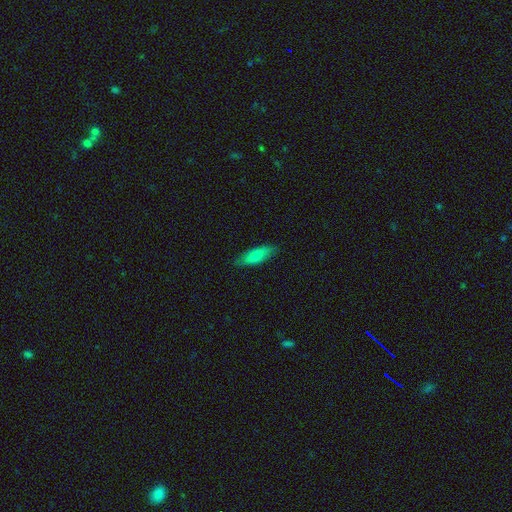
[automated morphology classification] This appears to be a smooth galaxy with no disk features (77%) that is in between round and cigar-shaped (63%). Merging: none (81%).